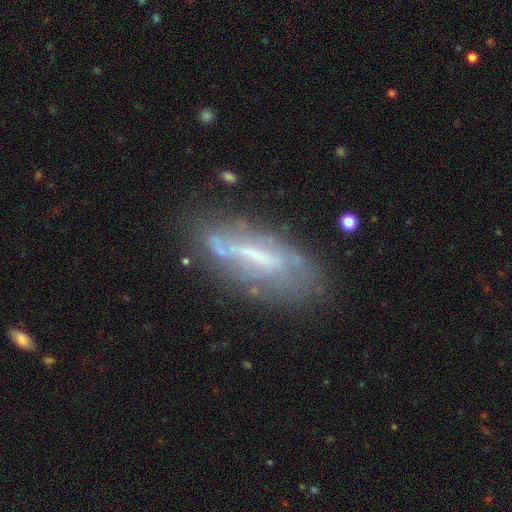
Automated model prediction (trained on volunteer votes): This appears to be a featured or disk galaxy (62%). Merging: none (60%).